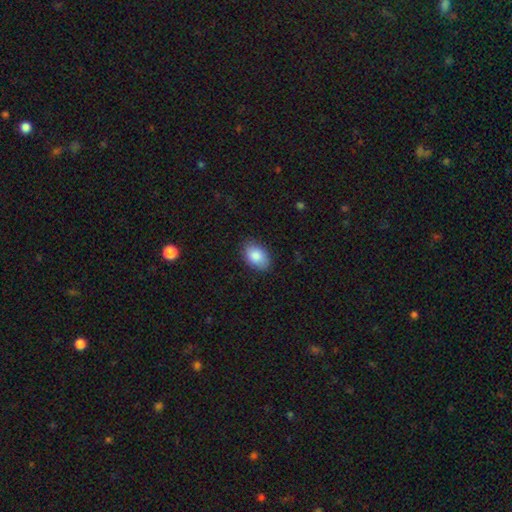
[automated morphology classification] Q: Smooth or featured?
A: smooth (86%); runner-up: featured or disk (7%)
Q: How rounded?
A: in between (89%); runner-up: round (10%)
Q: Merging?
A: none (85%); runner-up: minor disturbance (12%)